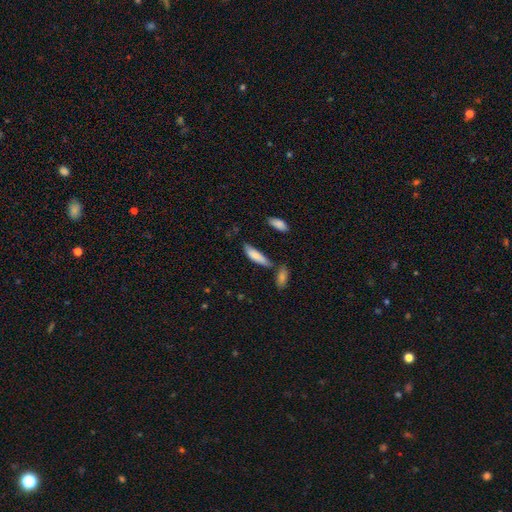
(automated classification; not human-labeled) smooth 82%, featured or disk 12%, star or artifact 6%. Down the decision tree: how rounded — in between (50%); merging — none (57%).